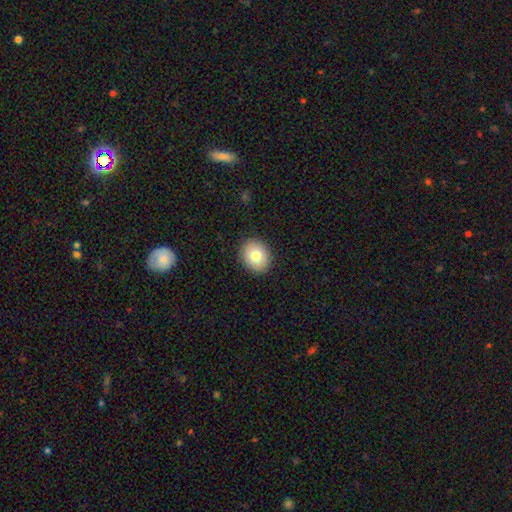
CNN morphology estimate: The model was most divided on "how rounded": round: 58%, in between: 41%, cigar-shaped: 1%. More confident: merging — none (89%); smooth or featured — smooth (77%).